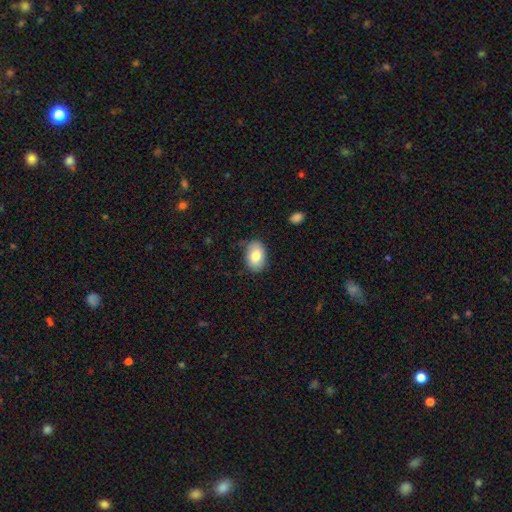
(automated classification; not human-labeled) Q: Smooth or featured?
A: smooth (80%); runner-up: featured or disk (12%)
Q: How rounded?
A: in between (84%); runner-up: round (15%)
Q: Merging?
A: none (77%); runner-up: minor disturbance (17%)